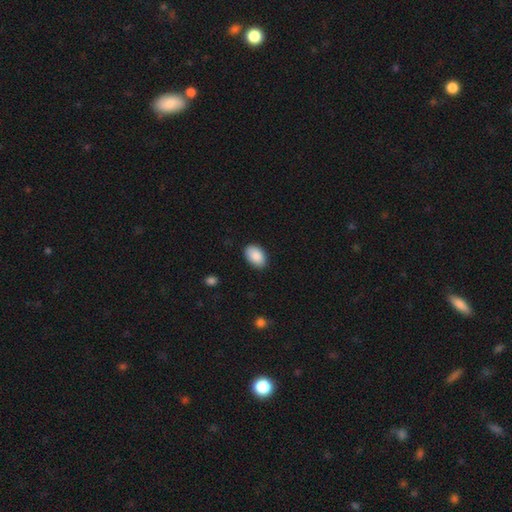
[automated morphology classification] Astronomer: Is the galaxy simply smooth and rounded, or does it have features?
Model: smooth — 89%.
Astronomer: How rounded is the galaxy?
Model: in between — 90%.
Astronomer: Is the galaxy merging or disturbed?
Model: none — 86%.